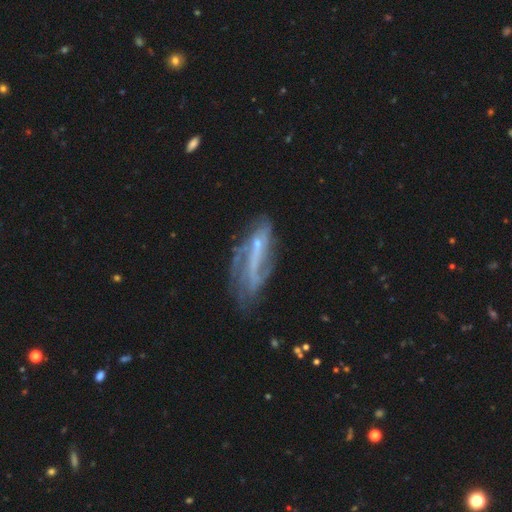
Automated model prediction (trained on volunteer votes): A featured or disk galaxy (70%) with no bar (44%), spiral arms (62%) and a small central bulge (50%). Merging: none (43%).